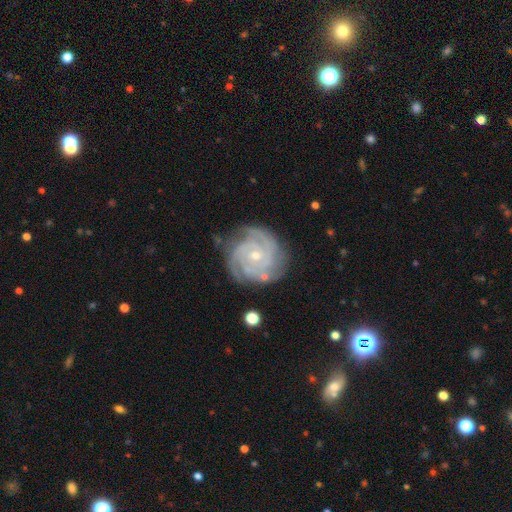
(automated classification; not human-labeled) Q: Smooth or featured?
A: featured or disk (89%); runner-up: smooth (6%)
Q: Edge-on disk?
A: no (98%); runner-up: yes (2%)
Q: Bar?
A: no (73%); runner-up: weak (22%)
Q: Spiral arms?
A: yes (98%); runner-up: no (2%)
Q: Spiral winding?
A: tight (79%); runner-up: medium (18%)
Q: Spiral arm count?
A: 3 (37%); runner-up: 2 (18%)
Q: Bulge size?
A: small (66%); runner-up: moderate (31%)
Q: Merging?
A: none (77%); runner-up: minor disturbance (16%)